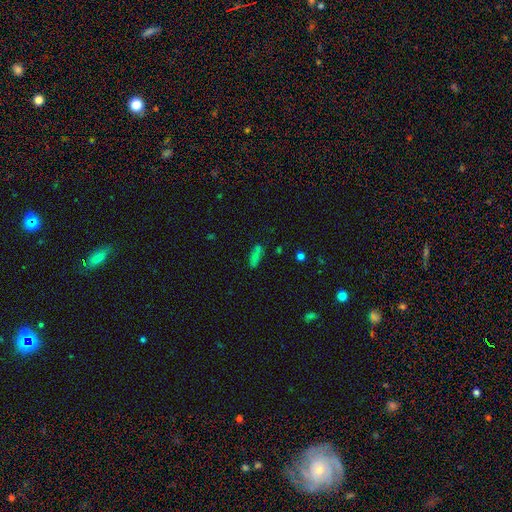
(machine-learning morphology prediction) A smooth galaxy with no disk features (73%) that is in between round and cigar-shaped (51%).

Vote fractions:
- Smooth or featured? smooth: 73% / star or artifact: 17% / featured or disk: 10%
- How rounded? in between: 51% / cigar-shaped: 44% / round: 4%
- Merging? none: 69% / minor disturbance: 17% / merger: 8% / major disturbance: 6%